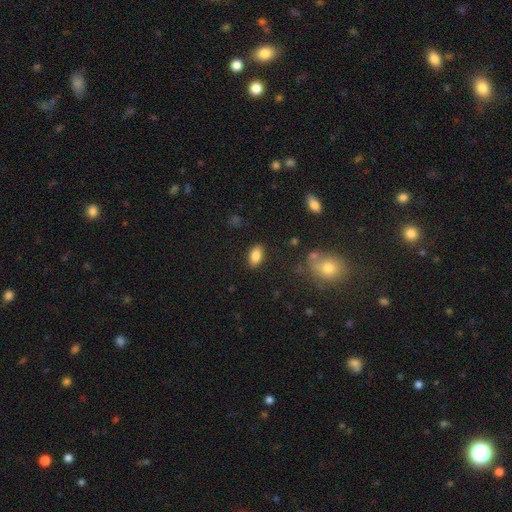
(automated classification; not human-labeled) This is clearly a smooth galaxy (84%). How rounded: clearly in between (91%). Merging: clearly none (86%).